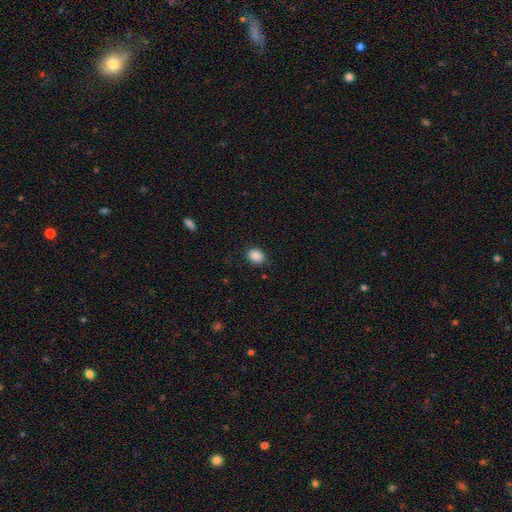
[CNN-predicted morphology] smooth-or-featured: smooth: 88% | star or artifact: 9% | featured or disk: 3%
  how-rounded: in between: 56% | round: 43% | cigar-shaped: 1%
  merging: none: 87% | minor disturbance: 9% | major disturbance: 3% | merger: 1%